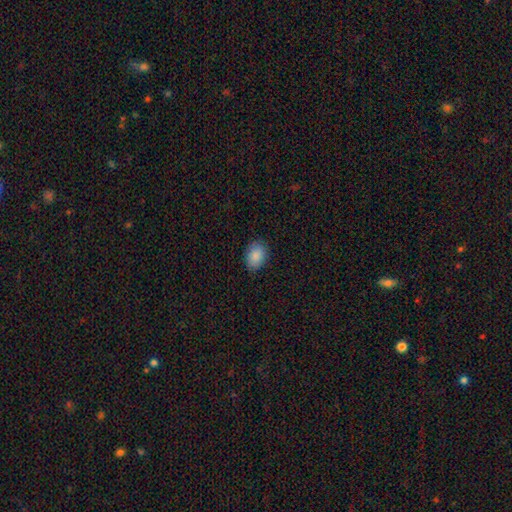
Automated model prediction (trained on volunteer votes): A smooth galaxy with no disk features (88%) that is in between round and cigar-shaped (80%). Merging: none (85%).